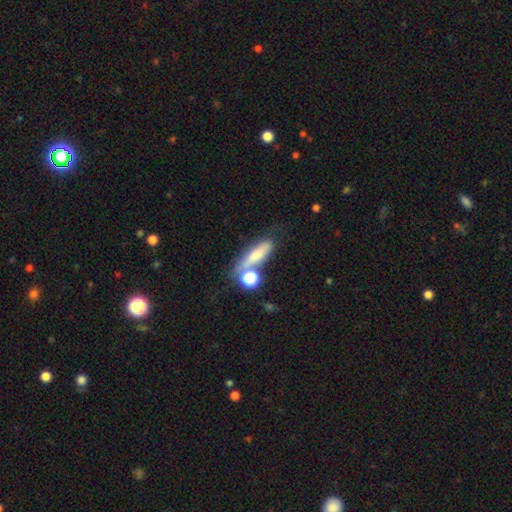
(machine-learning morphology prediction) The model was most divided on "how rounded": cigar-shaped: 45%, in between: 42%, round: 13%. Remaining: smooth or featured — smooth (67%); merging — none (46%).